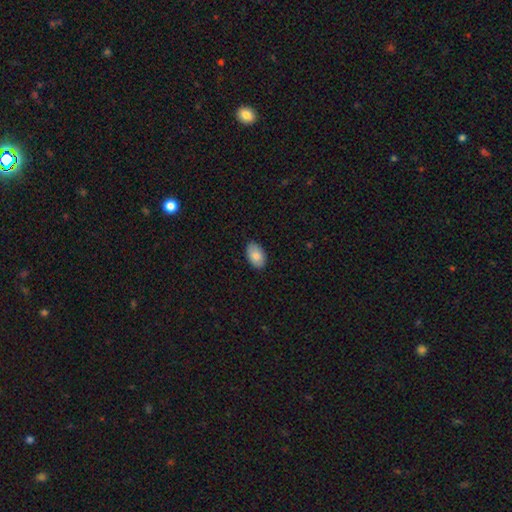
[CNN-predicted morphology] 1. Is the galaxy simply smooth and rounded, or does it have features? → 85% smooth, 9% featured or disk, 6% star or artifact.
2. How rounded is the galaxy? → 92% in between, 7% round, 1% cigar-shaped.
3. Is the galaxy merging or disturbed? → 87% none, 10% minor disturbance, 2% major disturbance, 1% merger.